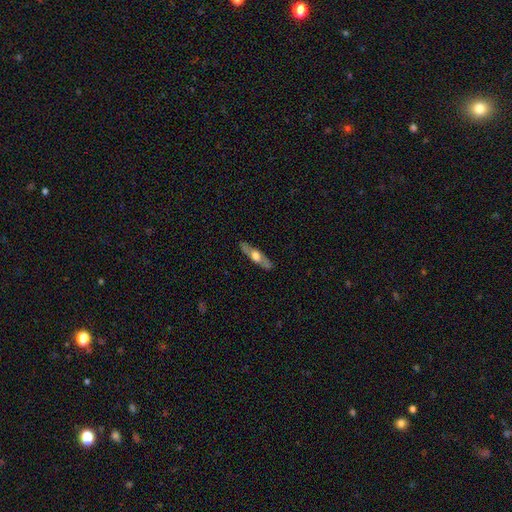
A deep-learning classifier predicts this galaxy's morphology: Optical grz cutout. It shows a featured or disk galaxy (56%) viewed edge-on (71%). Merging: none (84%).